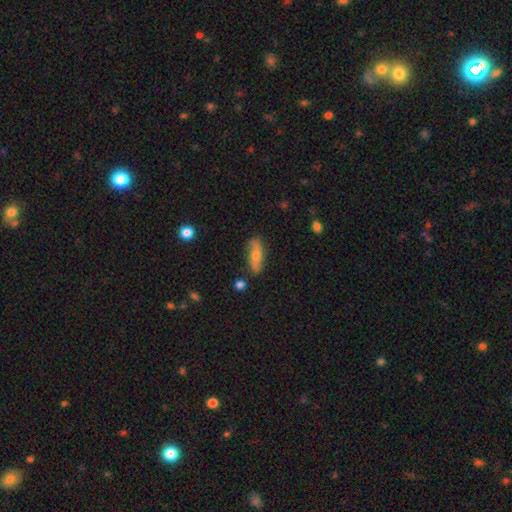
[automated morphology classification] Smooth or featured: smooth — 49% (featured or disk — 44%)
Merging: none — 78% (minor disturbance — 16%)